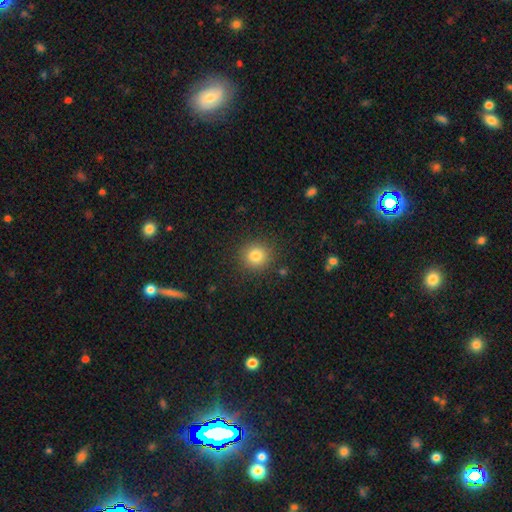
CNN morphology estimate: Smooth or featured?
  - smooth: 81% *
  - star or artifact: 12%
  - featured or disk: 7%
How rounded?
  - round: 90% *
  - in between: 9%
  - cigar-shaped: 1%
Merging?
  - none: 89% *
  - minor disturbance: 7%
  - major disturbance: 3%
  - merger: 1%